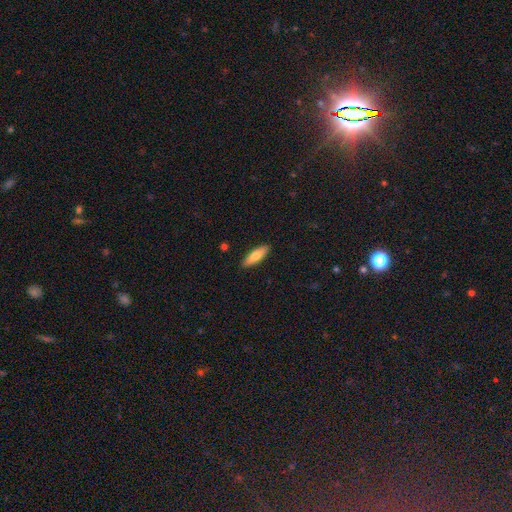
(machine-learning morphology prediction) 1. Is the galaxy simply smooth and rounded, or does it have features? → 71% smooth, 23% featured or disk, 6% star or artifact.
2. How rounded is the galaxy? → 50% cigar-shaped, 48% in between, 2% round.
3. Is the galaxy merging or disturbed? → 89% none, 8% minor disturbance, 2% major disturbance, 1% merger.